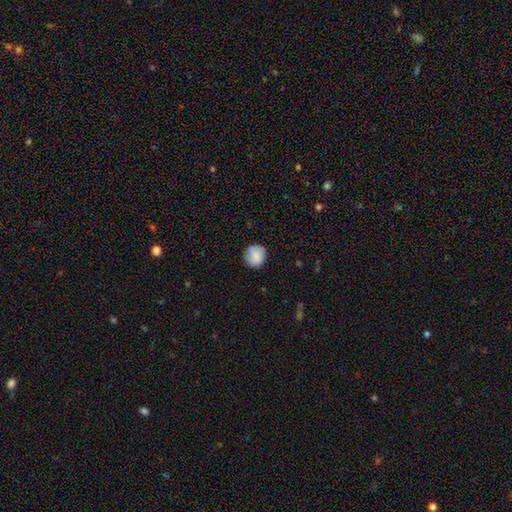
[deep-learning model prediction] Smooth or featured? smooth (84%)
How rounded? round (92%)
Merging? none (86%)